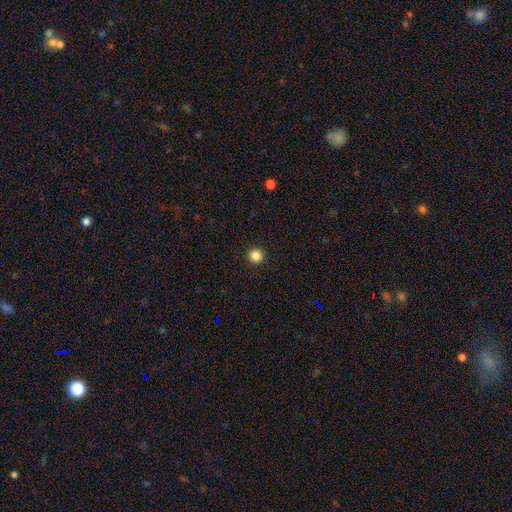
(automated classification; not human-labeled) Smooth or featured?
  - smooth: 85% *
  - star or artifact: 11%
  - featured or disk: 3%
How rounded?
  - round: 95% *
  - in between: 4%
  - cigar-shaped: 1%
Merging?
  - none: 94% *
  - minor disturbance: 4%
  - major disturbance: 1%
  - merger: 1%